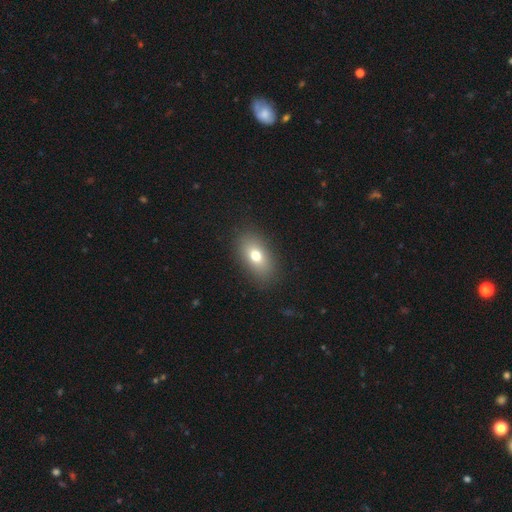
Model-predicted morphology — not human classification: type=smooth (73%); roundness=in between (84%); merging=none (87%).